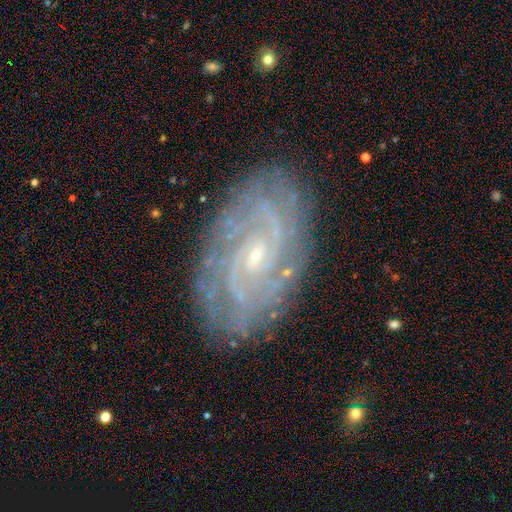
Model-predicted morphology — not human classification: Q: Smooth or featured?
A: featured or disk (84%); runner-up: smooth (9%)
Q: Edge-on disk?
A: no (96%); runner-up: yes (4%)
Q: Bar?
A: no (59%); runner-up: weak (34%)
Q: Spiral arms?
A: yes (96%); runner-up: no (4%)
Q: Spiral winding?
A: tight (68%); runner-up: medium (25%)
Q: Spiral arm count?
A: can't tell (33%); runner-up: 2 (28%)
Q: Bulge size?
A: small (78%); runner-up: moderate (17%)
Q: Merging?
A: none (83%); runner-up: minor disturbance (13%)